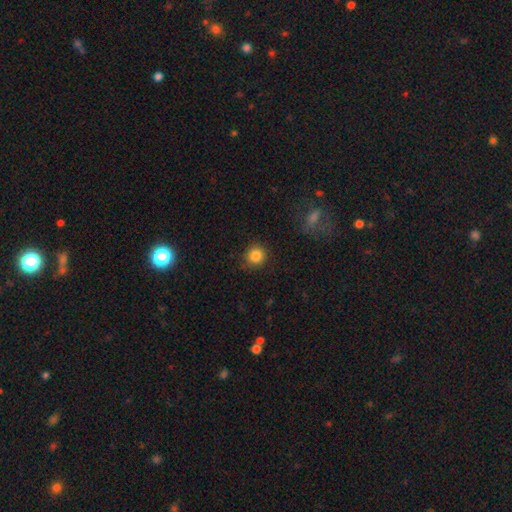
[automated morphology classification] Smooth or featured?
  - smooth: 86% *
  - star or artifact: 10%
  - featured or disk: 4%
How rounded?
  - round: 91% *
  - in between: 8%
  - cigar-shaped: 1%
Merging?
  - none: 87% *
  - minor disturbance: 9%
  - major disturbance: 3%
  - merger: 1%